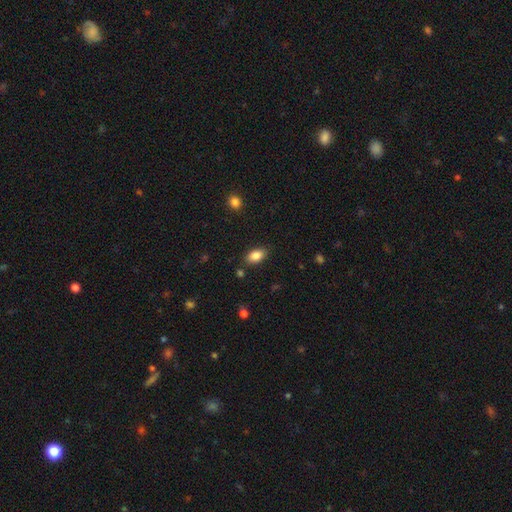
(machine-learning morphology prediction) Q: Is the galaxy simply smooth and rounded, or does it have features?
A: smooth — 85%.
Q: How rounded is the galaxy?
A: in between — 90%.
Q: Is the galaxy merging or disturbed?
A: none — 84%.